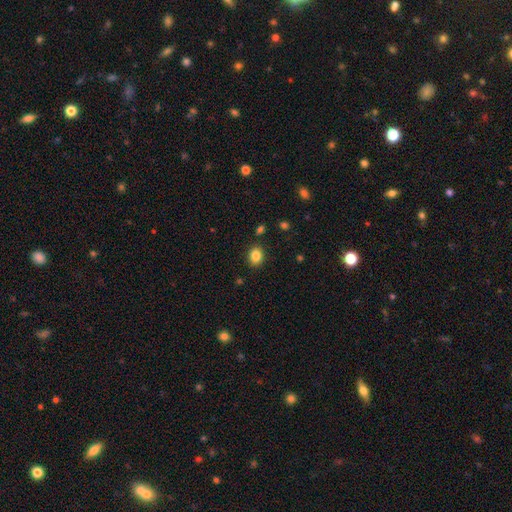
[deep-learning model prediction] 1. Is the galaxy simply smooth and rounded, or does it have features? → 85% smooth, 10% star or artifact, 5% featured or disk.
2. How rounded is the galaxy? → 53% in between, 46% round, 1% cigar-shaped.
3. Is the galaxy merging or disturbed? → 87% none, 9% minor disturbance, 2% major disturbance, 2% merger.